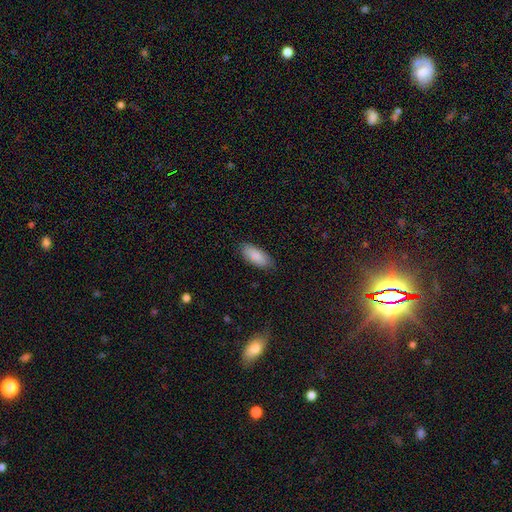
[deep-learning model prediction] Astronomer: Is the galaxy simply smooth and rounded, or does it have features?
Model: smooth — 87%.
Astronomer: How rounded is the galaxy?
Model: in between — 83%.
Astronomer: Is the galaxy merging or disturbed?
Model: none — 83%.